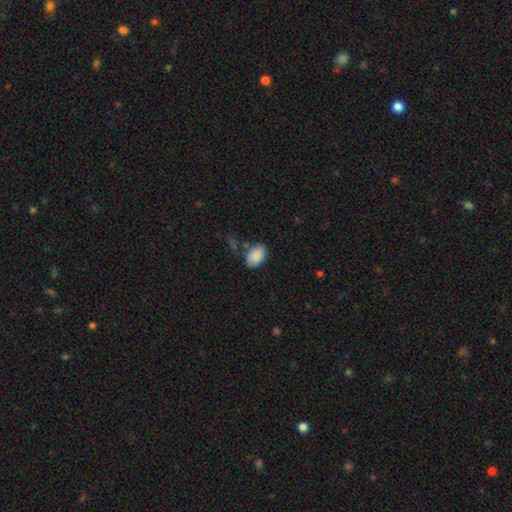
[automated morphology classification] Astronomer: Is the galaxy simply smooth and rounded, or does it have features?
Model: smooth — 89%.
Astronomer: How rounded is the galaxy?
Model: in between — 89%.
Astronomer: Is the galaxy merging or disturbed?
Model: none — 69%.